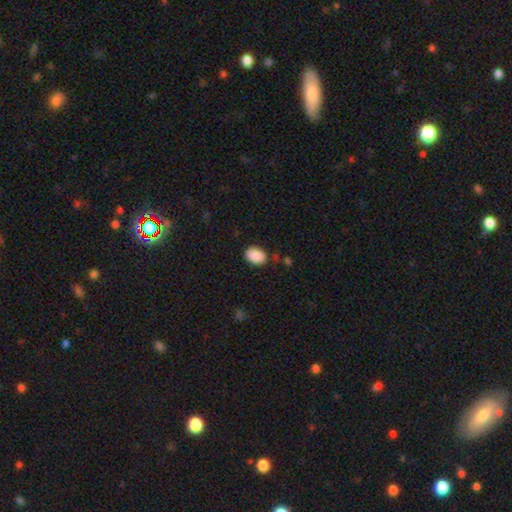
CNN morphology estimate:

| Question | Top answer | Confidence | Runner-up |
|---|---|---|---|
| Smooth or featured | smooth | 90% | star or artifact (7%) |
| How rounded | in between | 77% | round (22%) |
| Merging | none | 80% | minor disturbance (15%) |